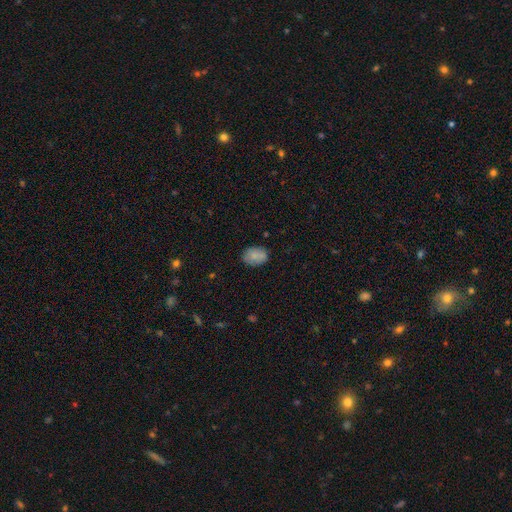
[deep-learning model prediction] Smooth or featured?
  - smooth: 83% *
  - featured or disk: 9%
  - star or artifact: 8%
How rounded?
  - in between: 72% *
  - round: 27%
  - cigar-shaped: 1%
Merging?
  - none: 81% *
  - minor disturbance: 14%
  - major disturbance: 3%
  - merger: 2%